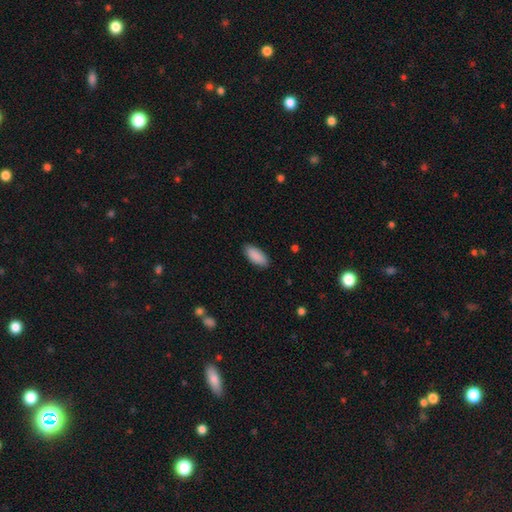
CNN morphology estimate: A smooth galaxy with no disk features (90%) that is in between round and cigar-shaped (85%).

Vote fractions:
- Smooth or featured? smooth: 90% / star or artifact: 6% / featured or disk: 4%
- How rounded? in between: 85% / cigar-shaped: 14% / round: 2%
- Merging? none: 88% / minor disturbance: 9% / major disturbance: 2% / merger: 1%